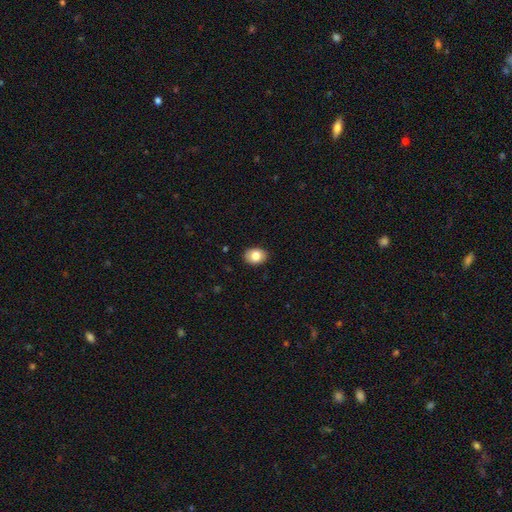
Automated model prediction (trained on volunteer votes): Q: Smooth or featured?
A: smooth (82%); runner-up: featured or disk (10%)
Q: How rounded?
A: in between (67%); runner-up: round (32%)
Q: Merging?
A: none (89%); runner-up: minor disturbance (8%)